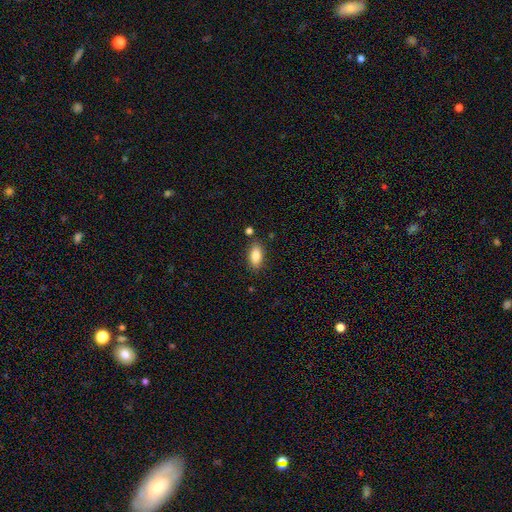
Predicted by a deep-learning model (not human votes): smooth_or_featured: smooth (p=0.85) [alt: featured or disk p=0.08]
how_rounded: in between (p=0.88) [alt: cigar-shaped p=0.08]
merging: none (p=0.81) [alt: minor disturbance p=0.12]